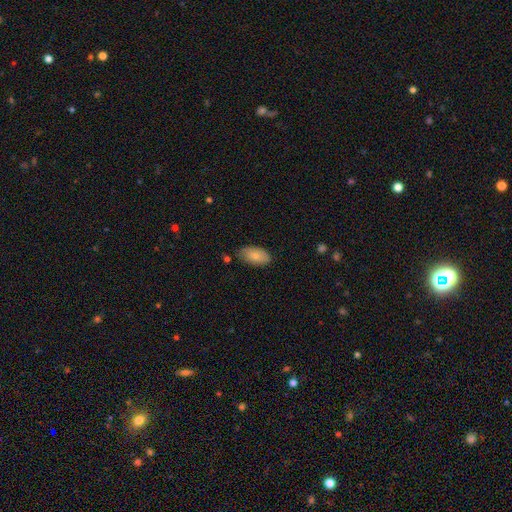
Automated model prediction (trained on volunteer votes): Morphology: type=smooth (79%); roundness=in between (94%); merging=none (76%).